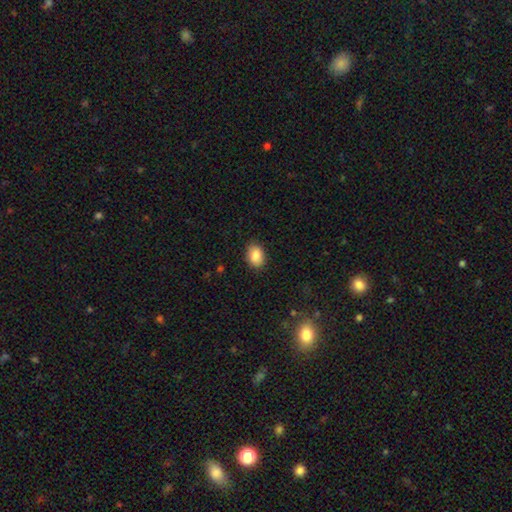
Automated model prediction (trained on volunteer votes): A smooth galaxy with no disk features (88%) that is in between round and cigar-shaped (82%). Merging: none (87%).